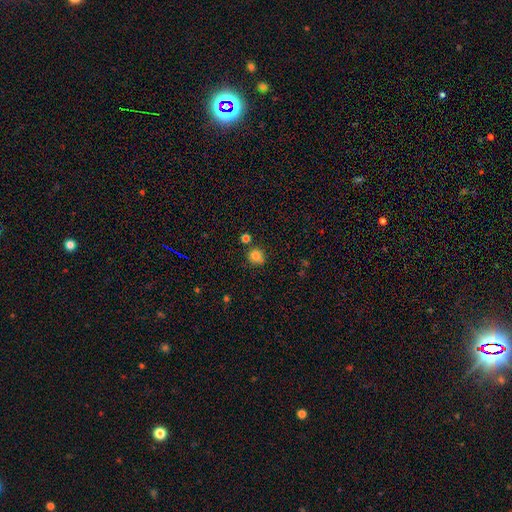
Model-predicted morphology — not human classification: Q: Smooth or featured?
A: smooth (83%); runner-up: star or artifact (12%)
Q: How rounded?
A: round (82%); runner-up: in between (17%)
Q: Merging?
A: none (68%); runner-up: minor disturbance (18%)